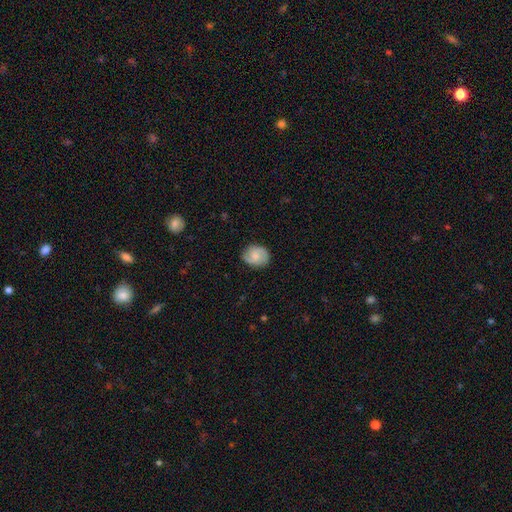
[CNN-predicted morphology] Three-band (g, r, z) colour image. It shows a featured or disk galaxy (47%). Merging: none (81%).